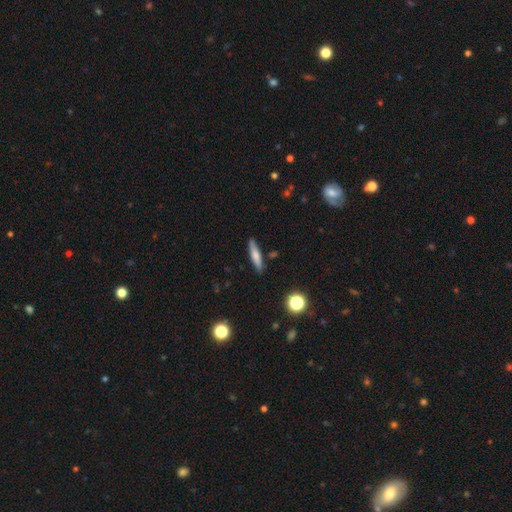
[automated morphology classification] smooth_or_featured: smooth (p=0.65) [alt: featured or disk p=0.26]
how_rounded: cigar-shaped (p=0.82) [alt: in between p=0.16]
merging: none (p=0.86) [alt: minor disturbance p=0.10]